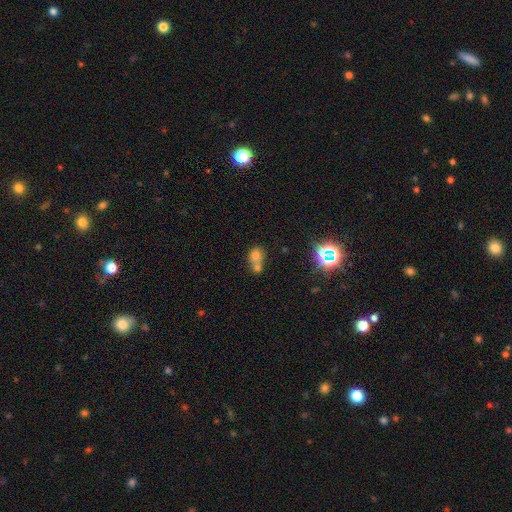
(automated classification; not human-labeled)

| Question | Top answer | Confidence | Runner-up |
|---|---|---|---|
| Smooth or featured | smooth | 68% | star or artifact (18%) |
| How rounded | round | 64% | in between (34%) |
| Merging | merger | 61% | none (28%) |